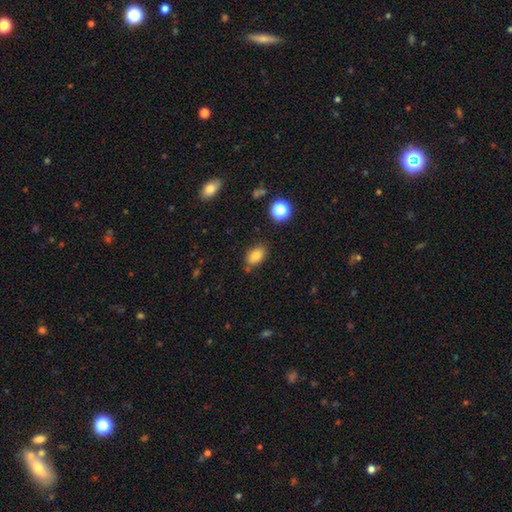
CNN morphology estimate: type=smooth (83%); roundness=in between (84%); merging=none (76%).